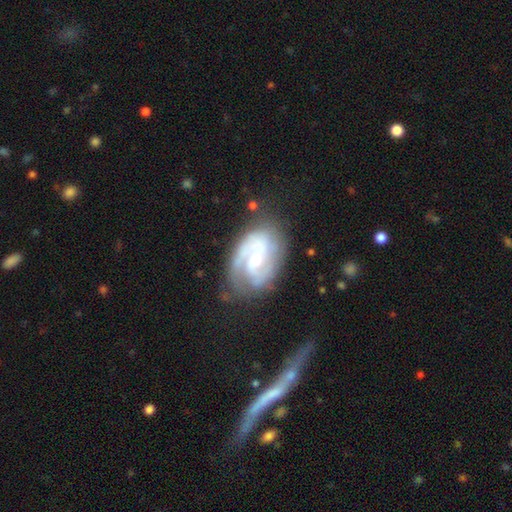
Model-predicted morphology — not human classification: The model was most divided on "spiral winding" (2-way tie): medium: 44%, tight: 44%, loose: 13%. Remaining: edge-on disk — no (97%); spiral arms — yes (95%); smooth or featured — featured or disk (84%); merging — none (65%); spiral arm count — 2 (59%); bulge size — small (49%); bar — weak (47%).